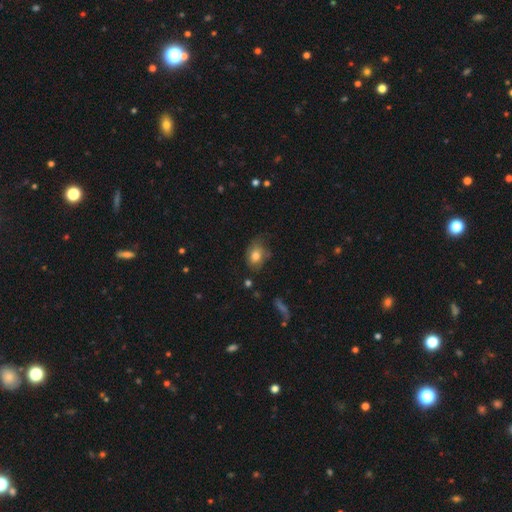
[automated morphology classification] A smooth galaxy with no disk features (76%) that is in between round and cigar-shaped (73%).

Vote fractions:
- Smooth or featured? smooth: 76% / featured or disk: 16% / star or artifact: 9%
- How rounded? in between: 73% / round: 26% / cigar-shaped: 1%
- Merging? none: 58% / minor disturbance: 30% / major disturbance: 10% / merger: 3%